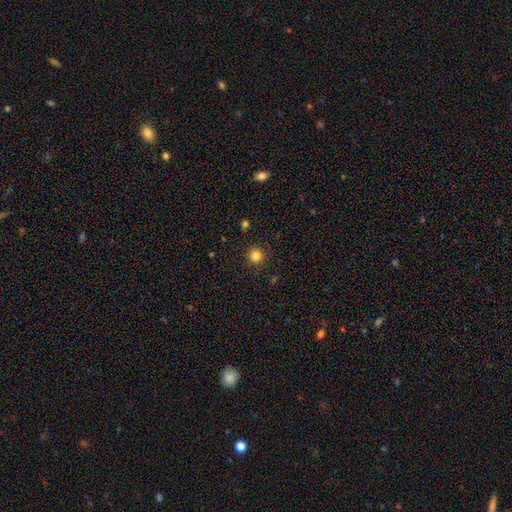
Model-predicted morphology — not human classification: Q: Smooth or featured?
A: smooth (84%); runner-up: star or artifact (12%)
Q: How rounded?
A: round (95%); runner-up: in between (4%)
Q: Merging?
A: none (90%); runner-up: minor disturbance (6%)